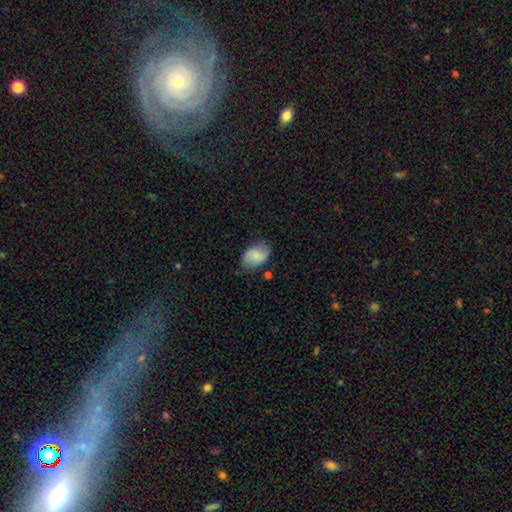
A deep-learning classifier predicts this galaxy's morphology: A smooth galaxy with no disk features (65%) that is in between round and cigar-shaped (87%). Merging: none (75%).